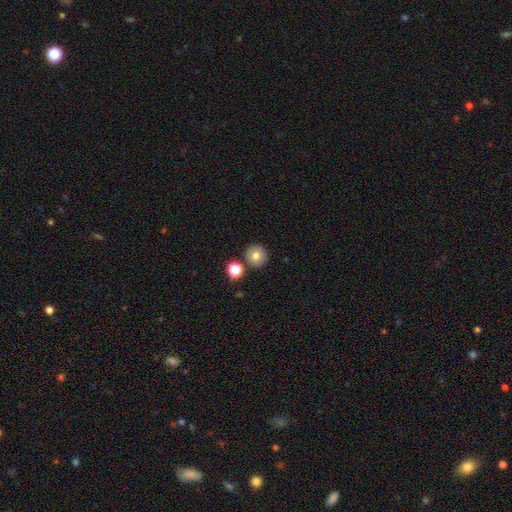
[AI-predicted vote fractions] Smooth or featured? smooth (78%)
How rounded? round (94%)
Merging? none (83%)